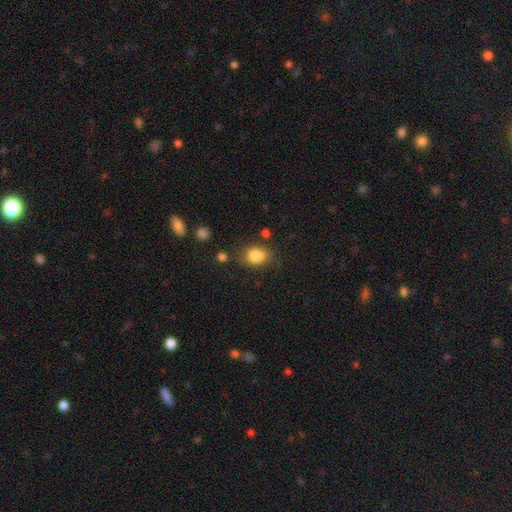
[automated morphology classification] A smooth galaxy with no disk features (85%) that is in between round and cigar-shaped (65%).

Vote fractions:
- Smooth or featured? smooth: 85% / star or artifact: 9% / featured or disk: 6%
- How rounded? in between: 65% / round: 33% / cigar-shaped: 1%
- Merging? none: 66% / minor disturbance: 22% / major disturbance: 7% / merger: 5%